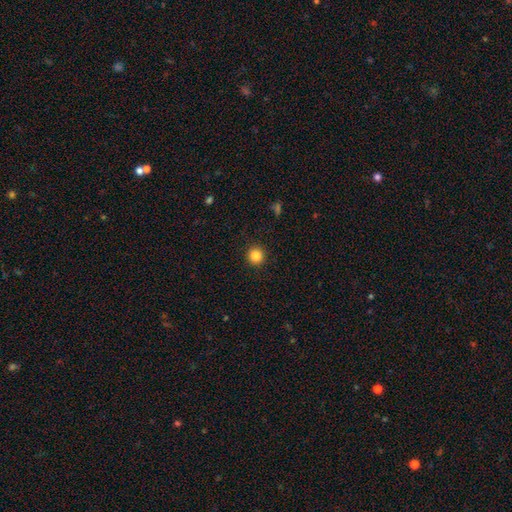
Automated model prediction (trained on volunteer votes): Smooth or featured?
  - smooth: 85% *
  - star or artifact: 11%
  - featured or disk: 4%
How rounded?
  - round: 94% *
  - in between: 5%
  - cigar-shaped: 1%
Merging?
  - none: 92% *
  - minor disturbance: 5%
  - major disturbance: 2%
  - merger: 1%